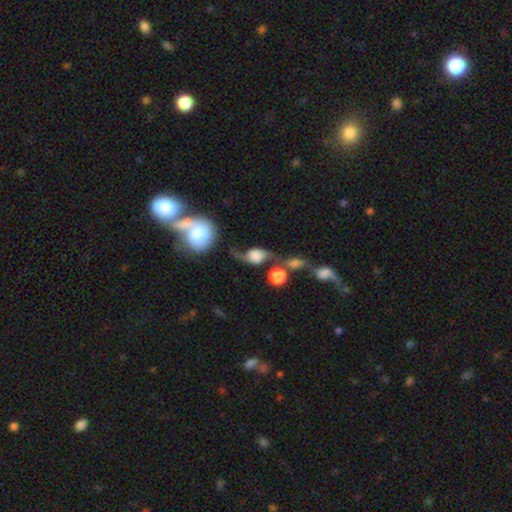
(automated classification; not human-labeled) featured or disk 65%, smooth 26%, star or artifact 9%. Down the decision tree: edge-on disk — no (92%); bar — no (63%); spiral arms — yes (89%); spiral arm count — 2 (90%); spiral winding — loose (86%); bulge size — large (33%); merging — none (40%).